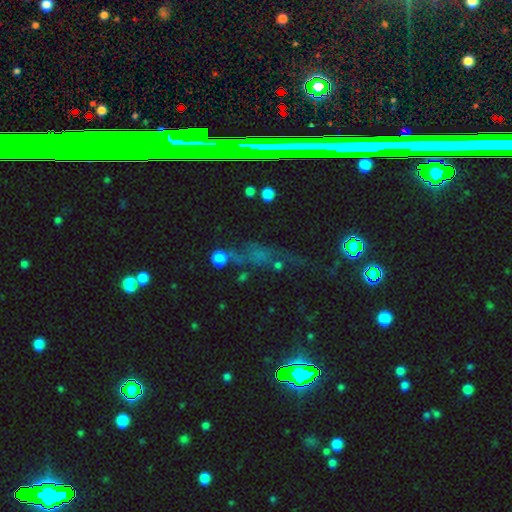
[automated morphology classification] smooth-or-featured: star or artifact: 69% | smooth: 16% | featured or disk: 15%